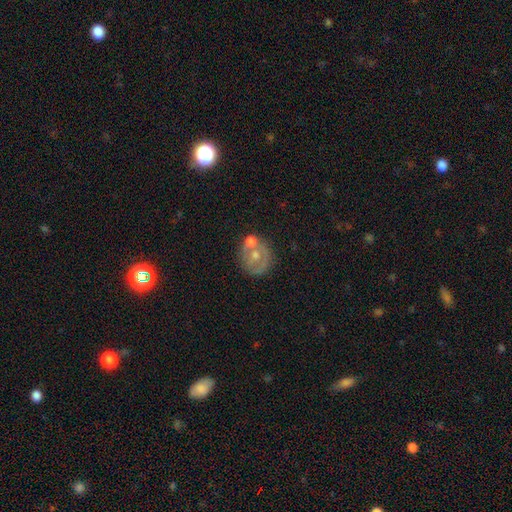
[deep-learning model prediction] Smooth or featured? featured or disk (52%)
Edge-on disk? no (97%)
Merging? none (49%)